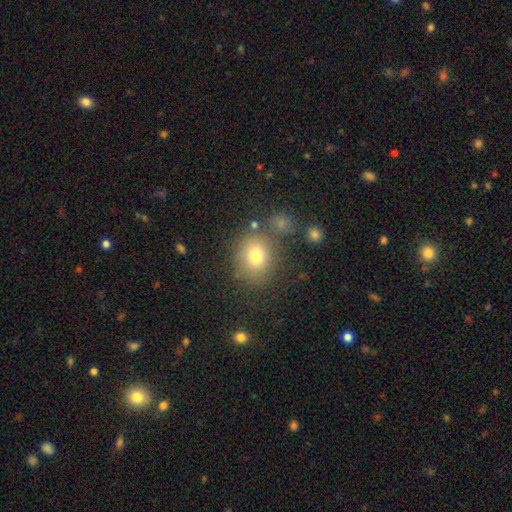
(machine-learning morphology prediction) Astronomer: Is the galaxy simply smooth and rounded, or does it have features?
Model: smooth — 75%.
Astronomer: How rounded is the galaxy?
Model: round — 70%.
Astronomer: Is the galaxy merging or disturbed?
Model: none — 73%.